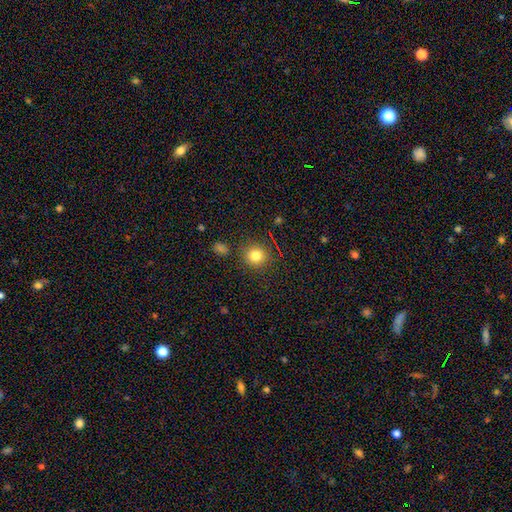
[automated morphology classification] Smooth or featured? smooth (79%)
How rounded? round (91%)
Merging? none (88%)